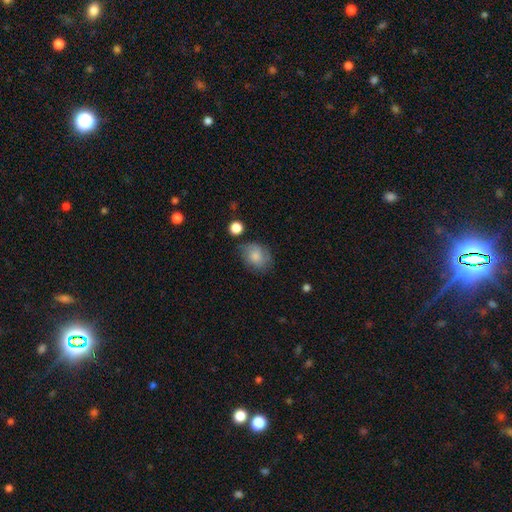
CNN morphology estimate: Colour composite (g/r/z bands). It shows a smooth galaxy with no disk features (73%) that is in between round and cigar-shaped (53%). Merging: none (64%).